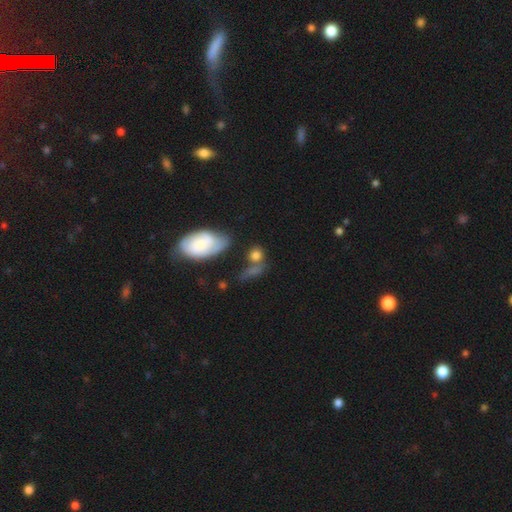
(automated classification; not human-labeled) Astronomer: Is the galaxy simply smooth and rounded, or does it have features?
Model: smooth — 72%.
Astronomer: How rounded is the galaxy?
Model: round — 64%.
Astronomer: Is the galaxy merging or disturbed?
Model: none — 50%.